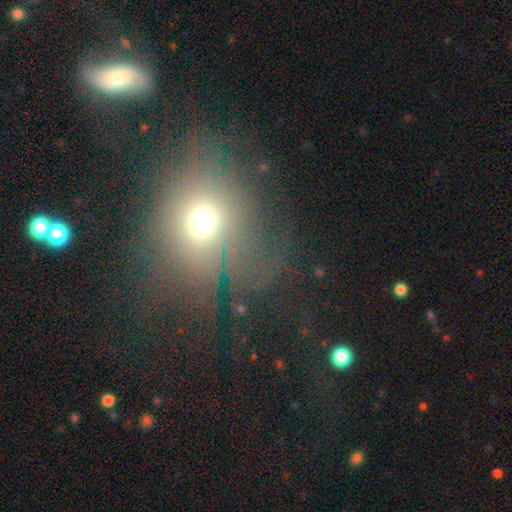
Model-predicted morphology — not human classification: Overall: smooth (55%; star or artifact 27%). How rounded: round (71%). Merging: none (56%; major disturbance 19%).